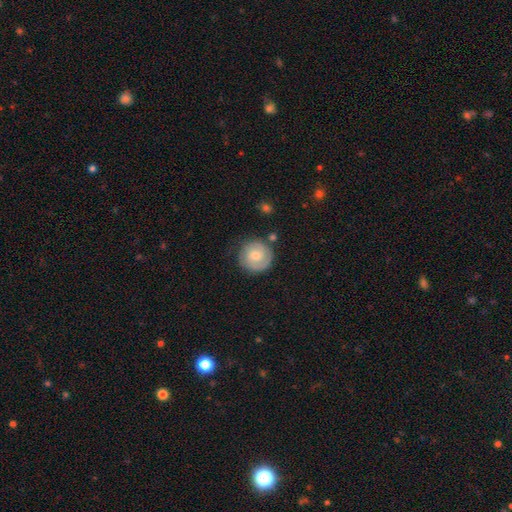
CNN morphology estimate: Overall: smooth (50%; featured or disk 43%). How rounded: round (94%). Merging: none (77%).